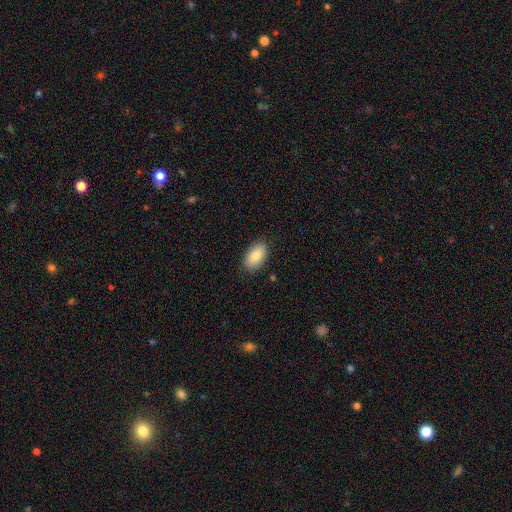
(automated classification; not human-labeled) Overall: smooth (85%). How rounded: in between (94%). Merging: none (87%).